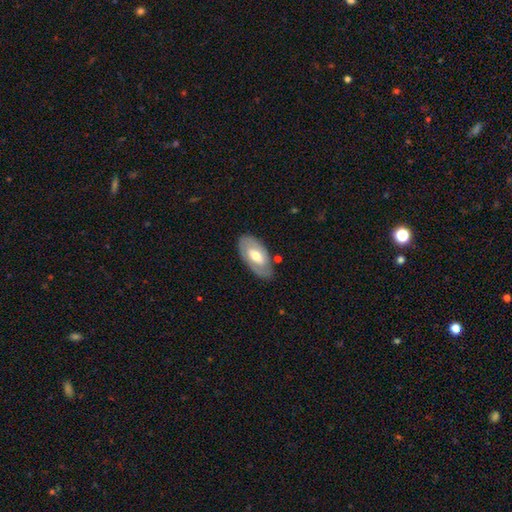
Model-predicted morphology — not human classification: A featured or disk galaxy (48%). Merging: none (77%).